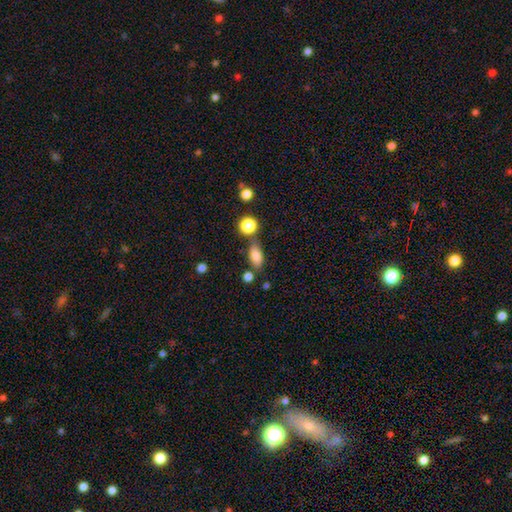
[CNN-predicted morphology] smooth-or-featured: smooth: 80% | featured or disk: 10% | star or artifact: 10%
  how-rounded: in between: 81% | round: 10% | cigar-shaped: 9%
  merging: none: 66% | minor disturbance: 16% | merger: 13% | major disturbance: 5%